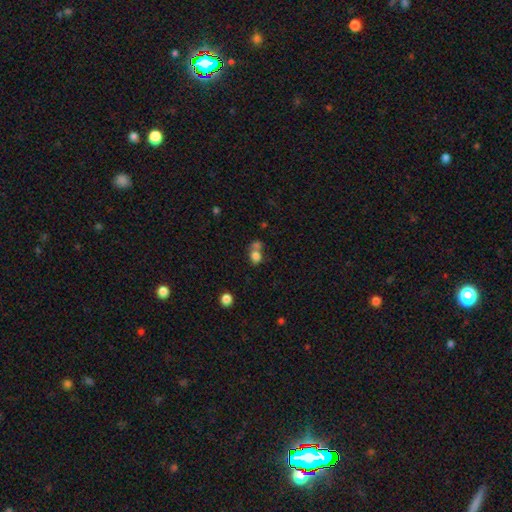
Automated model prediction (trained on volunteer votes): This appears to be a smooth galaxy with no disk features (78%) that is round (63%). Merging: merger (48%).